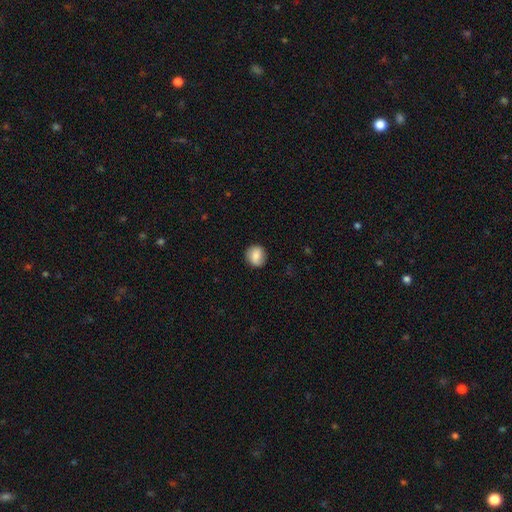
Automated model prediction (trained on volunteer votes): This appears to be a smooth galaxy with no disk features (79%) that is round (80%). Merging: none (86%).